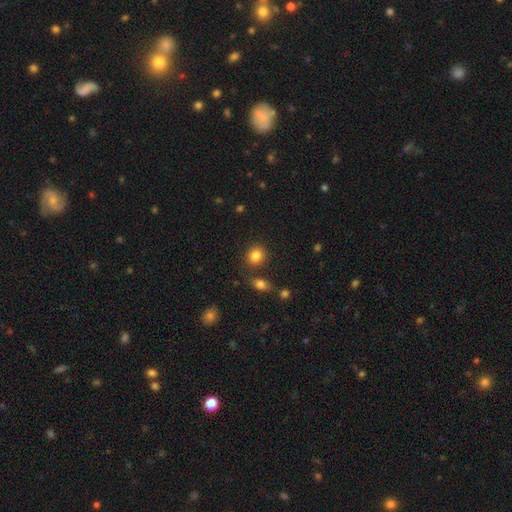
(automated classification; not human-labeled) Morphology: type=smooth (84%); roundness=round (71%); merging=none (79%).